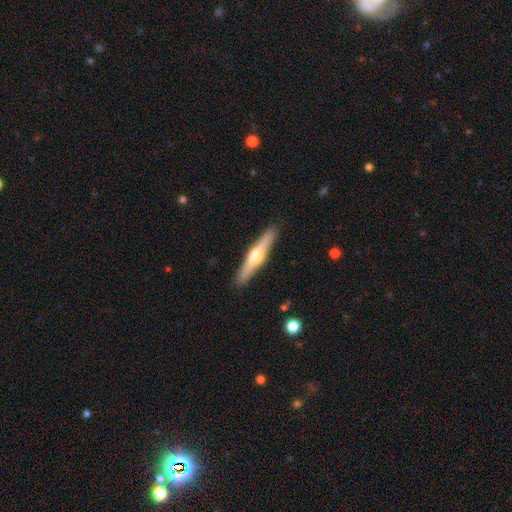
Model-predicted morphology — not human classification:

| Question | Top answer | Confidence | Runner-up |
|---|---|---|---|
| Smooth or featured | featured or disk | 62% | smooth (33%) |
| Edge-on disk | yes | 96% | no (4%) |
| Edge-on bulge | rounded | 93% | boxy (3%) |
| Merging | none | 91% | minor disturbance (7%) |